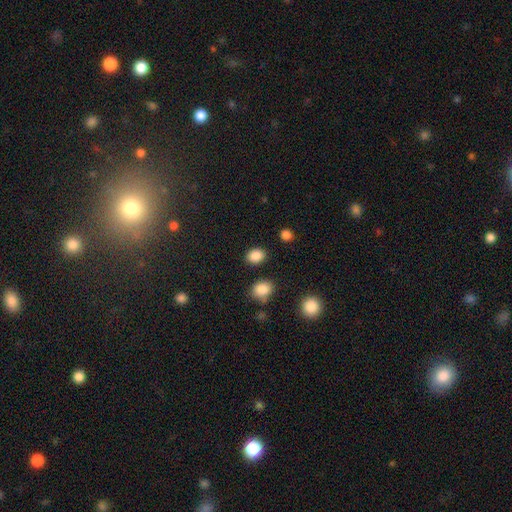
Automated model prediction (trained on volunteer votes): Morphology: type=smooth (87%); roundness=in between (62%); merging=none (86%).